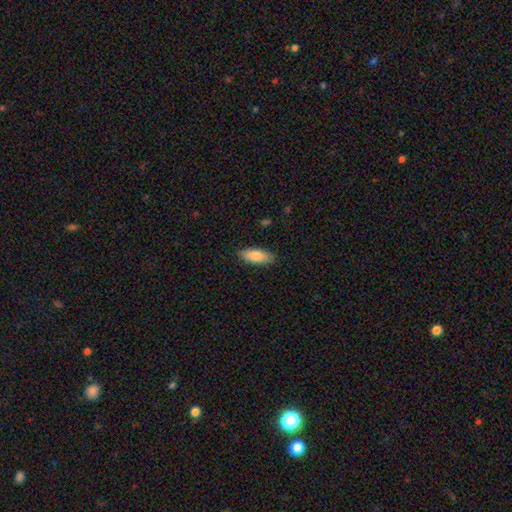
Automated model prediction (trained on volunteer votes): A smooth galaxy with no disk features (79%) that is in between round and cigar-shaped (77%).

Vote fractions:
- Smooth or featured? smooth: 79% / featured or disk: 15% / star or artifact: 6%
- How rounded? in between: 77% / cigar-shaped: 21% / round: 2%
- Merging? none: 87% / minor disturbance: 10% / major disturbance: 2% / merger: 1%